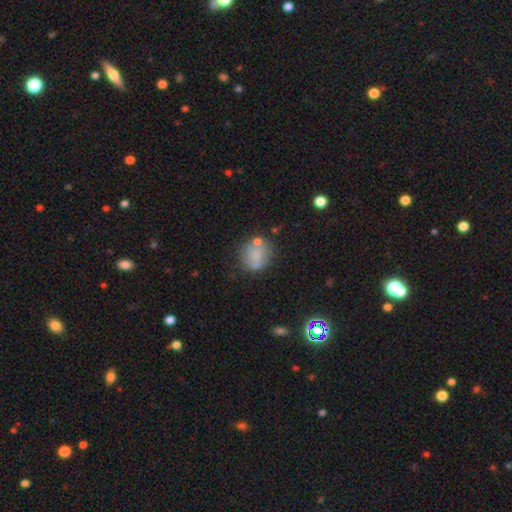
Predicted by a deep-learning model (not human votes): Smooth or featured? Predicted: smooth (p=0.66). How rounded? Predicted: round (p=0.73). Merging? Predicted: none (p=0.55).